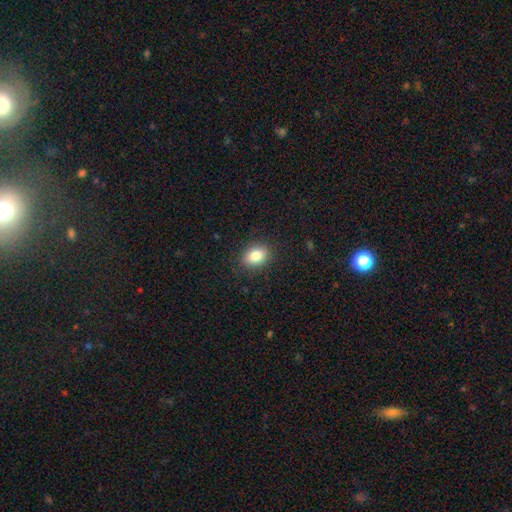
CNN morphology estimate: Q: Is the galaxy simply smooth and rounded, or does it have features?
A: smooth — 84%.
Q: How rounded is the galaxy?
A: in between — 73%.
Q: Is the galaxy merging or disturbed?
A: none — 87%.